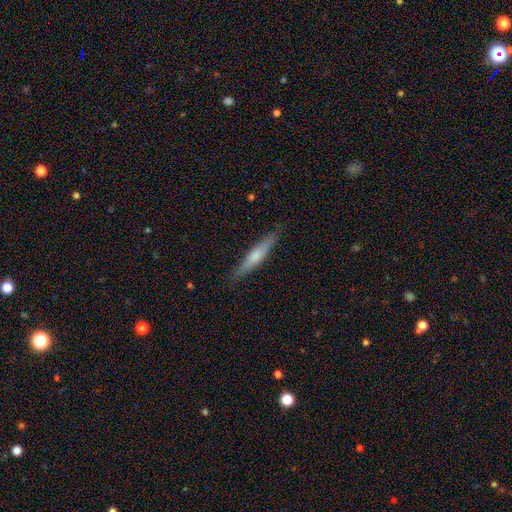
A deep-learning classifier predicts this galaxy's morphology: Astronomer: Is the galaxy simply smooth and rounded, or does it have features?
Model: smooth — 51% (runner-up: featured or disk, 43%).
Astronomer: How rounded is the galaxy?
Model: cigar-shaped — 91%.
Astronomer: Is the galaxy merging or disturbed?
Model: none — 87%.